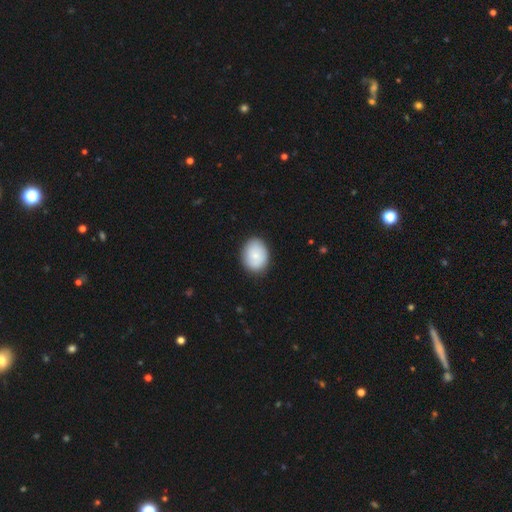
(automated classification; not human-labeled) Q: Smooth or featured?
A: smooth (80%); runner-up: featured or disk (14%)
Q: How rounded?
A: in between (58%); runner-up: round (41%)
Q: Merging?
A: none (85%); runner-up: minor disturbance (12%)